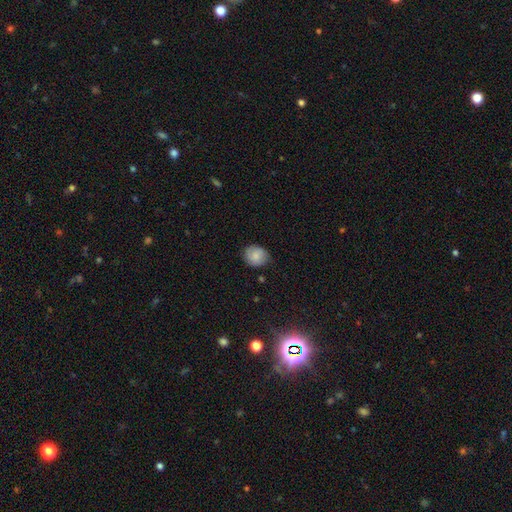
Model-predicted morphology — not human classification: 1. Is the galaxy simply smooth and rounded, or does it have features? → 77% smooth, 15% featured or disk, 8% star or artifact.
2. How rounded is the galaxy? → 72% round, 28% in between, 1% cigar-shaped.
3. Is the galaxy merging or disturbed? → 77% none, 19% minor disturbance, 4% major disturbance, 1% merger.